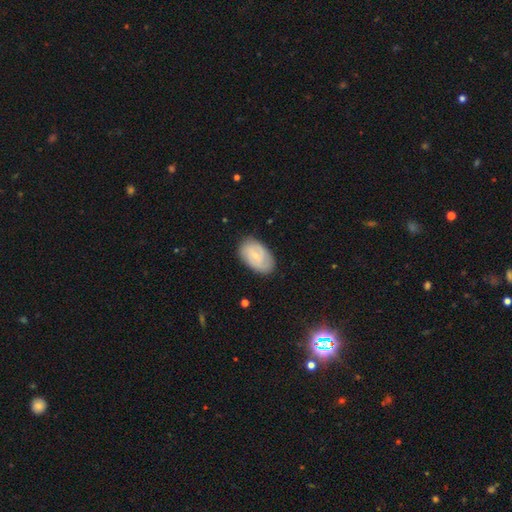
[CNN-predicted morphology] smooth_or_featured: featured or disk (p=0.47) [alt: smooth p=0.46]
merging: none (p=0.80) [alt: minor disturbance p=0.16]